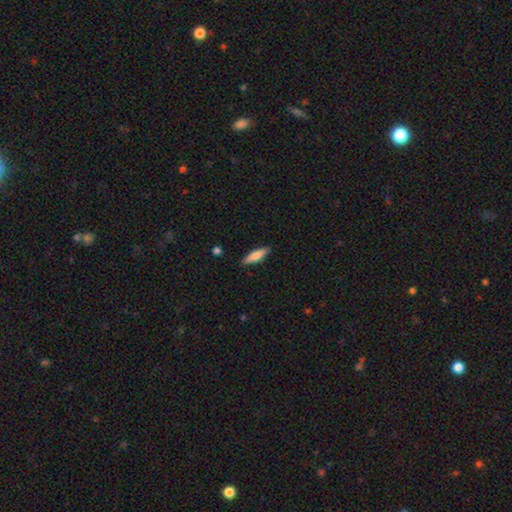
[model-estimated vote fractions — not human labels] A smooth galaxy with no disk features (73%) that is cigar-shaped (68%). Merging: none (88%).